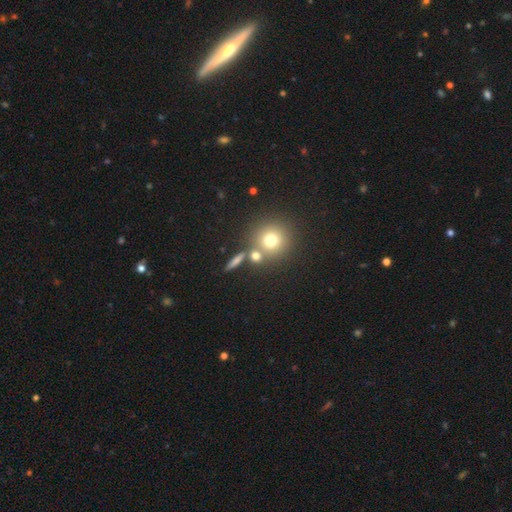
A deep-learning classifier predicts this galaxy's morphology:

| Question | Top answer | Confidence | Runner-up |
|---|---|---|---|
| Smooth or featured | smooth | 71% | featured or disk (15%) |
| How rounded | round | 82% | in between (12%) |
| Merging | none | 68% | merger (20%) |